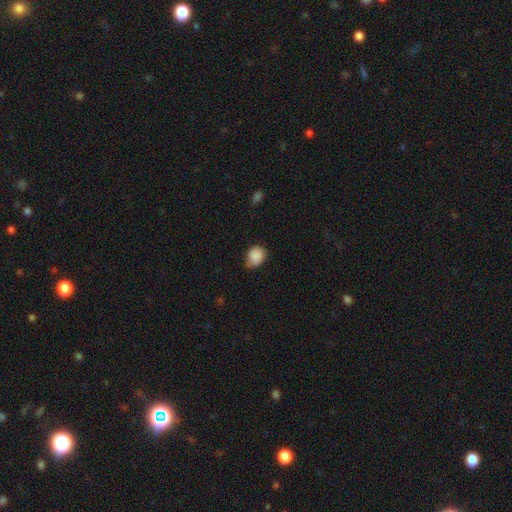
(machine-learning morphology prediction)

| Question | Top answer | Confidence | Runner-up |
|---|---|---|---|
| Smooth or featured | smooth | 87% | star or artifact (8%) |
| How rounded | round | 51% | in between (48%) |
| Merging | none | 58% | minor disturbance (35%) |